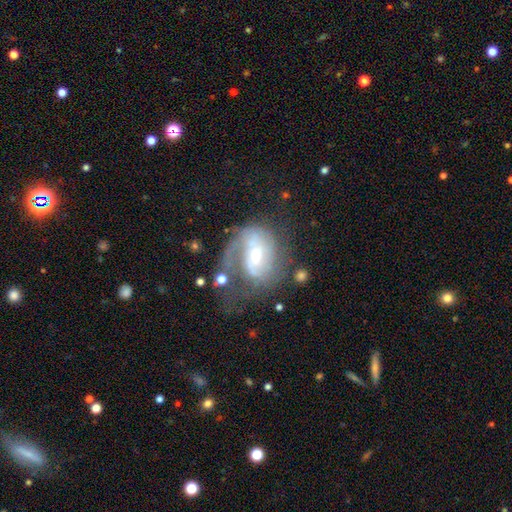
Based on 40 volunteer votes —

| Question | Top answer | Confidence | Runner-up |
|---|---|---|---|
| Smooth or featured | featured or disk | 92% | smooth (5%) |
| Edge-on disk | no | 97% | yes (3%) |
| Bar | weak | 47% | no (44%) |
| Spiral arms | yes | 89% | no (11%) |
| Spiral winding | tight | 44% | tied: medium (44%) |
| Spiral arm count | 2 | 59% | 1 (19%) |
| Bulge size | moderate | 61% | small (36%) |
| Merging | major disturbance | 46% | none (23%) |